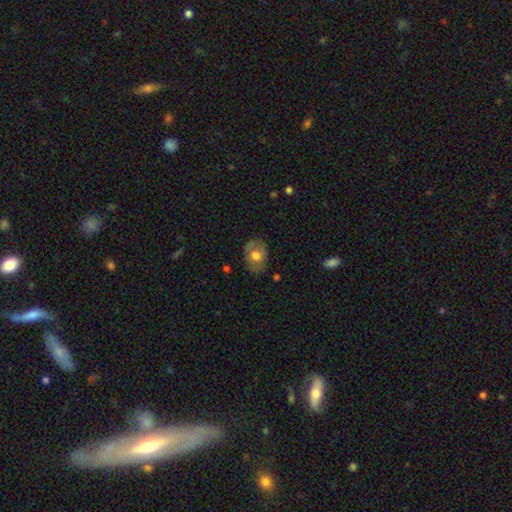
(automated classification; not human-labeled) Smooth or featured? smooth (56%)
How rounded? in between (60%)
Merging? none (75%)